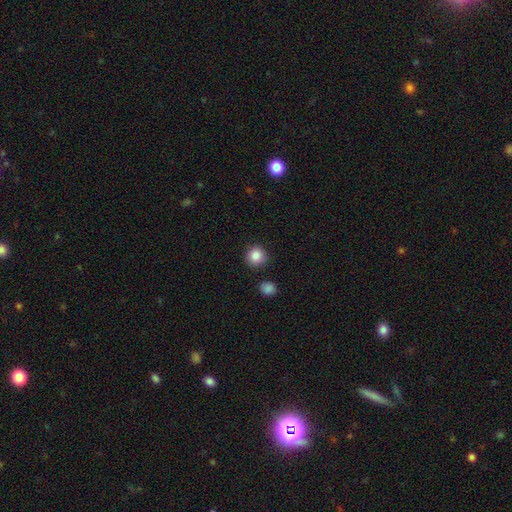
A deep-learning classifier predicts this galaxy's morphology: Q: Smooth or featured?
A: smooth (87%); runner-up: star or artifact (9%)
Q: How rounded?
A: round (92%); runner-up: in between (7%)
Q: Merging?
A: none (89%); runner-up: minor disturbance (7%)